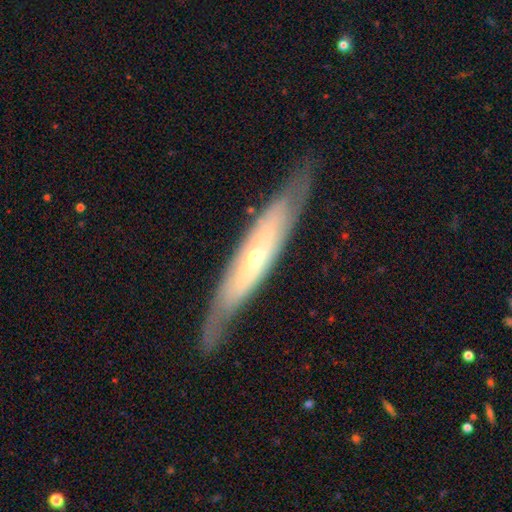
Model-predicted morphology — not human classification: Q: Smooth or featured?
A: featured or disk (68%); runner-up: smooth (26%)
Q: Edge-on disk?
A: yes (56%); runner-up: no (44%)
Q: Merging?
A: none (79%); runner-up: minor disturbance (15%)